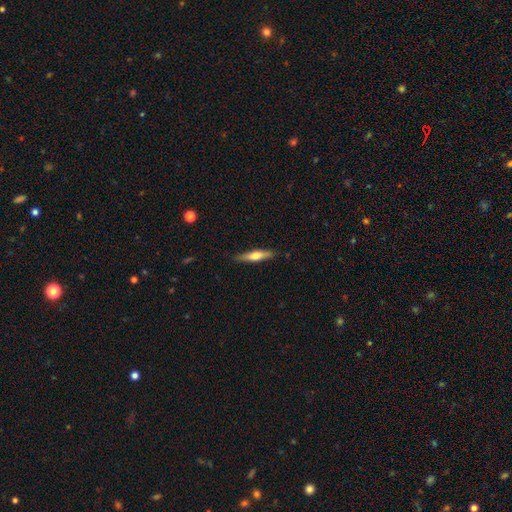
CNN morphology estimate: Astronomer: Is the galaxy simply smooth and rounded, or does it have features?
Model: smooth — 50% (runner-up: featured or disk, 44%).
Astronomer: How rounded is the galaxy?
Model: cigar-shaped — 82%.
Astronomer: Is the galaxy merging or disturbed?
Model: none — 85%.